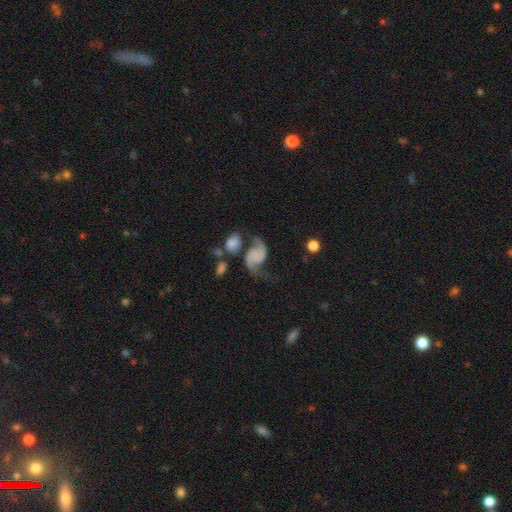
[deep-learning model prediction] featured or disk 81%, smooth 12%, star or artifact 7%. Down the decision tree: edge-on disk — no (98%); bar — no (67%); spiral arms — yes (95%); spiral arm count — 2 (93%); spiral winding — loose (77%); bulge size — none (66%); merging — none (52%).